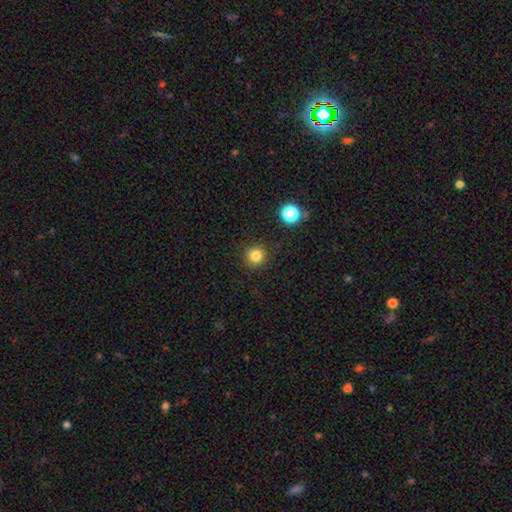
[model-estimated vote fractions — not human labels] smooth 82%, star or artifact 13%, featured or disk 5%. Down the decision tree: how rounded — round (93%); merging — none (90%).